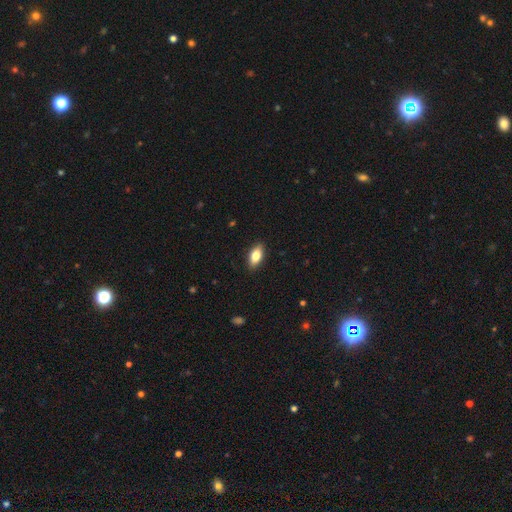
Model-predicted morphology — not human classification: This is likely a smooth galaxy (79%). How rounded: clearly in between (88%). Merging: clearly none (89%).